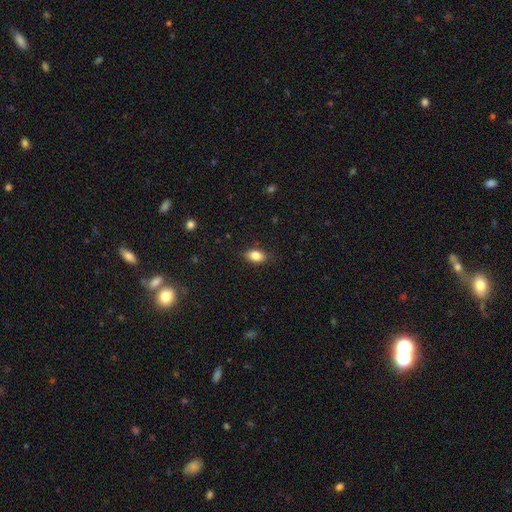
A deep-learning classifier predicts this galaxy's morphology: smooth-or-featured: smooth: 85% | star or artifact: 8% | featured or disk: 7%
  how-rounded: in between: 85% | round: 12% | cigar-shaped: 2%
  merging: none: 85% | minor disturbance: 12% | major disturbance: 2% | merger: 1%